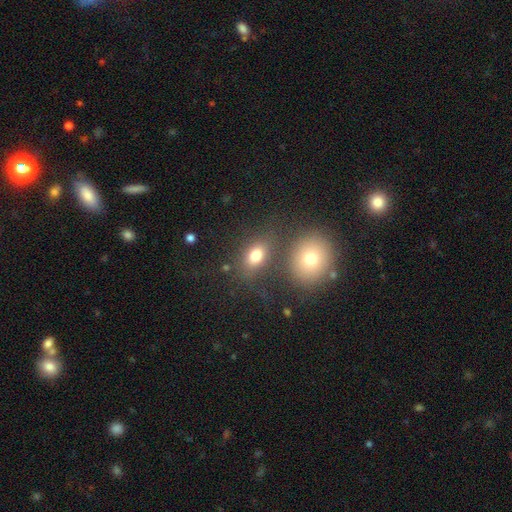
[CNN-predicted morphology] smooth 77%, star or artifact 12%, featured or disk 11%. Down the decision tree: how rounded — in between (76%); merging — none (66%).